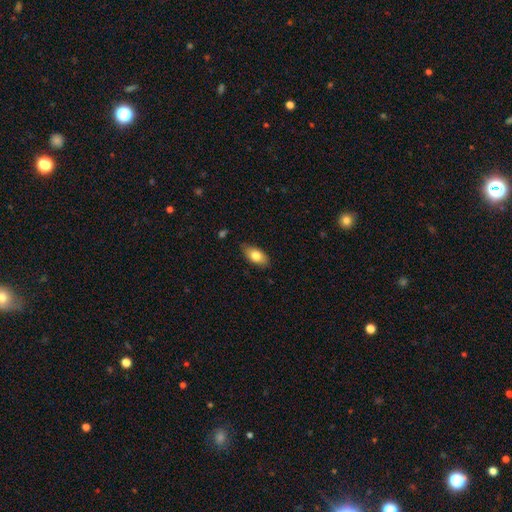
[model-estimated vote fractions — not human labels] The model was most divided on "smooth or featured": smooth: 76%, featured or disk: 17%, star or artifact: 7%. More confident: how rounded — in between (88%); merging — none (81%).